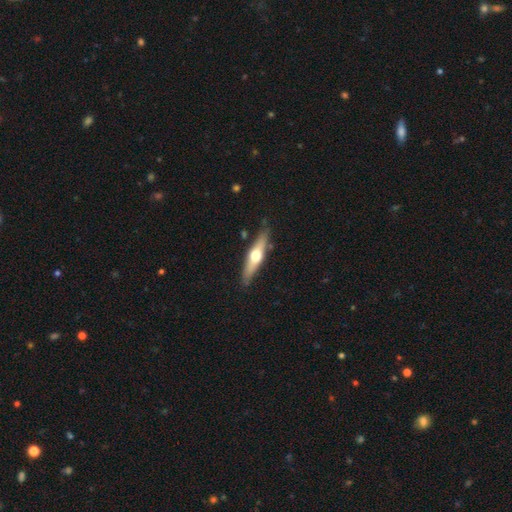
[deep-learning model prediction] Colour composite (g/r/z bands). It shows a featured or disk galaxy (58%) viewed edge-on (92%) with a rounded central bulge (95%). Merging: none (85%).